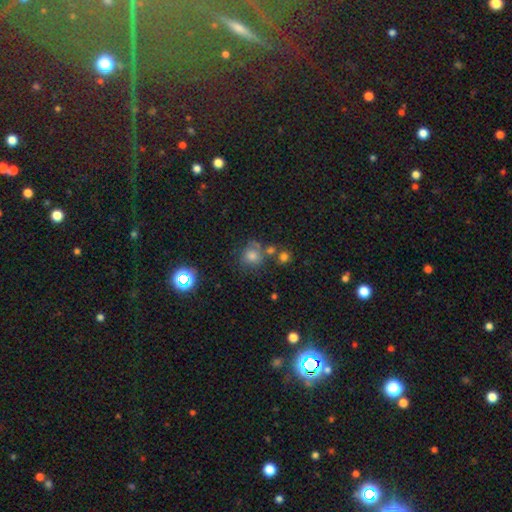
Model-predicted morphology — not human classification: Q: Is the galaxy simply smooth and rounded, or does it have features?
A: smooth — 52%.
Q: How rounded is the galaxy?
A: round — 90%.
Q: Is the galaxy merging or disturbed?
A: none — 71%.